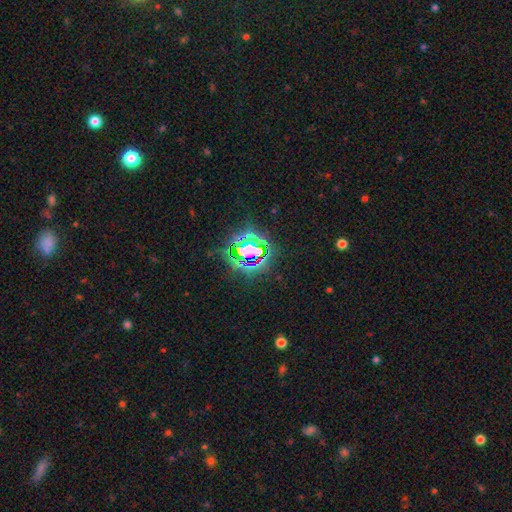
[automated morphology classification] Smooth or featured?
  - star or artifact: 76% *
  - smooth: 13%
  - featured or disk: 10%